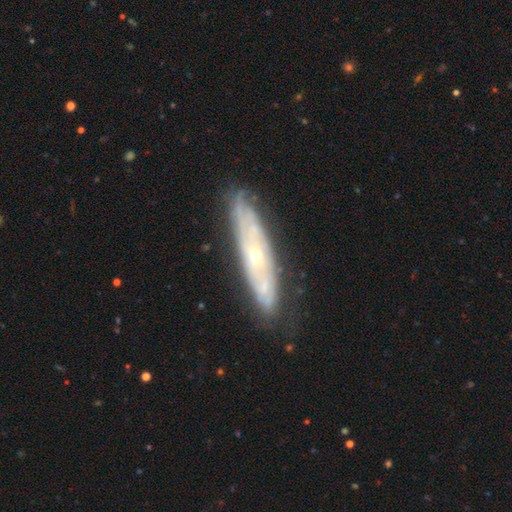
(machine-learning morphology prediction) The model was most divided on "edge-on disk": no: 63%, yes: 37%. More confident: merging — none (78%); smooth or featured — featured or disk (75%).